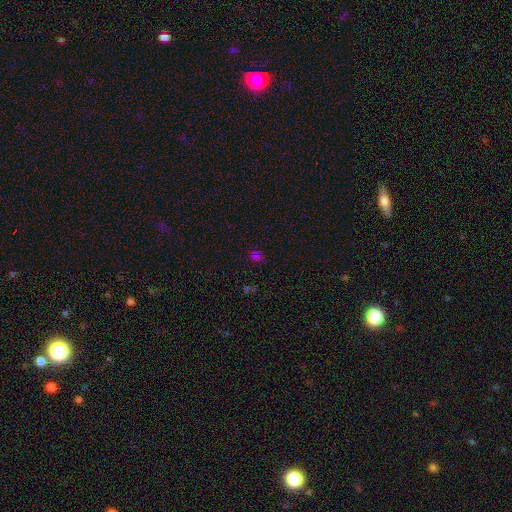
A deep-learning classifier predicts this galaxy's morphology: This is possibly a smooth galaxy (58%). How rounded: possibly round (59%). Merging: likely none (79%).